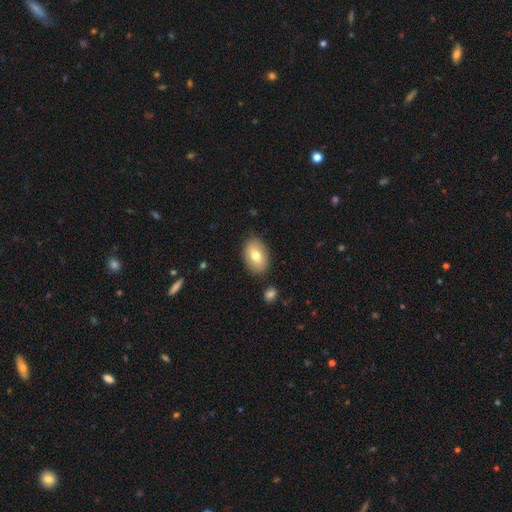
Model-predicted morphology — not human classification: smooth_or_featured: smooth (p=0.73) [alt: featured or disk p=0.20]
how_rounded: in between (p=0.89) [alt: round p=0.10]
merging: none (p=0.83) [alt: minor disturbance p=0.11]